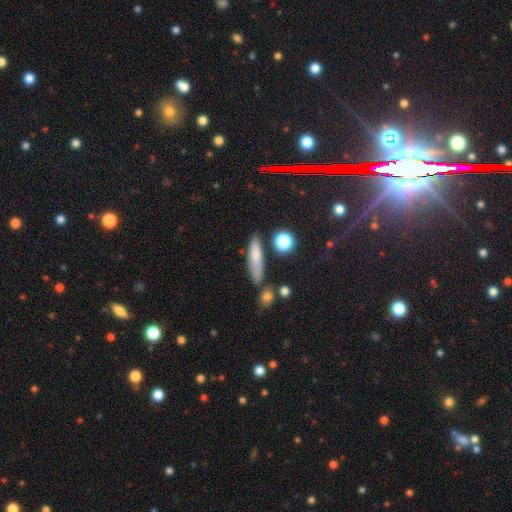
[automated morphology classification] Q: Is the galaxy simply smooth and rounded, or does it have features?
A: smooth — 73%.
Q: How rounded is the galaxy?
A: cigar-shaped — 72%.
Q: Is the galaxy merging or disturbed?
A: none — 72%.